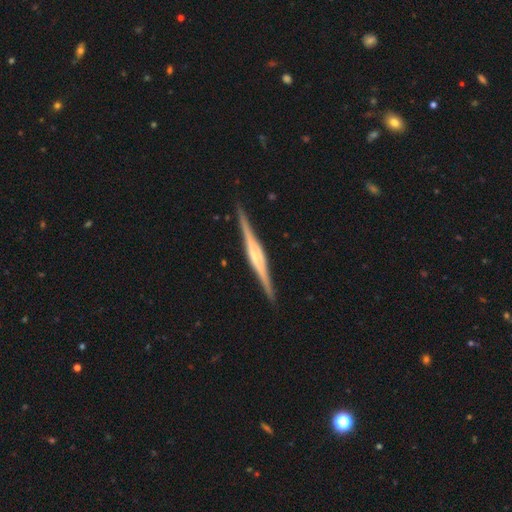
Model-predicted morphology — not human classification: This is clearly a featured or disk galaxy (85%). It is clearly viewed edge-on (98%). Edge-on bulge: possibly boxy (47%). Merging: clearly none (91%).